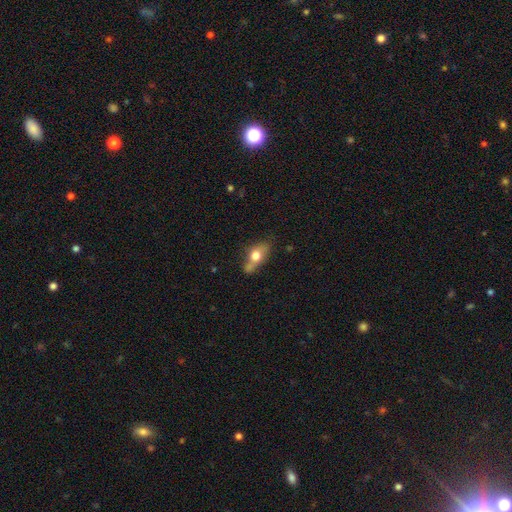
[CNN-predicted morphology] smooth-or-featured: smooth: 62% | featured or disk: 30% | star or artifact: 8%
  how-rounded: in between: 69% | cigar-shaped: 16% | round: 15%
  merging: none: 52% | minor disturbance: 25% | merger: 14% | major disturbance: 10%